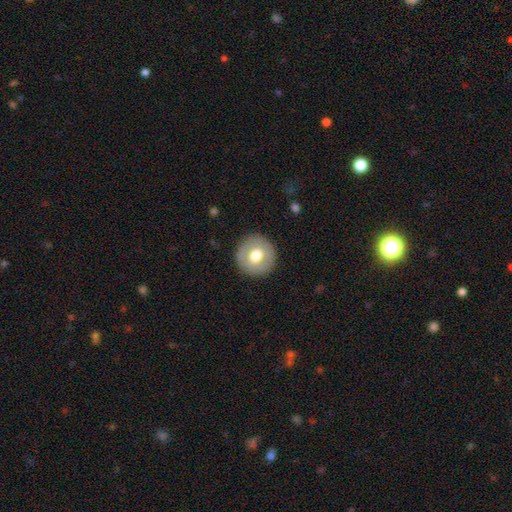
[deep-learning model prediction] A smooth galaxy with no disk features (60%) that is round (94%).

Vote fractions:
- Smooth or featured? smooth: 60% / featured or disk: 33% / star or artifact: 7%
- How rounded? round: 94% / in between: 5% / cigar-shaped: 1%
- Merging? none: 89% / minor disturbance: 7% / major disturbance: 3% / merger: 1%